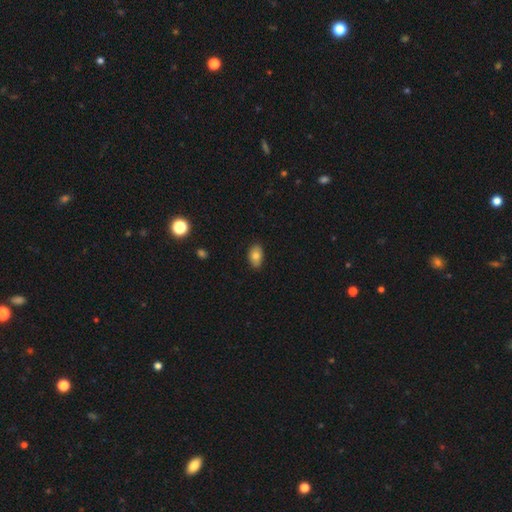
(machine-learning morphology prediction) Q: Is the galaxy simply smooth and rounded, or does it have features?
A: smooth — 81%.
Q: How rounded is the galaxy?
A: in between — 89%.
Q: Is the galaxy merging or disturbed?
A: none — 85%.